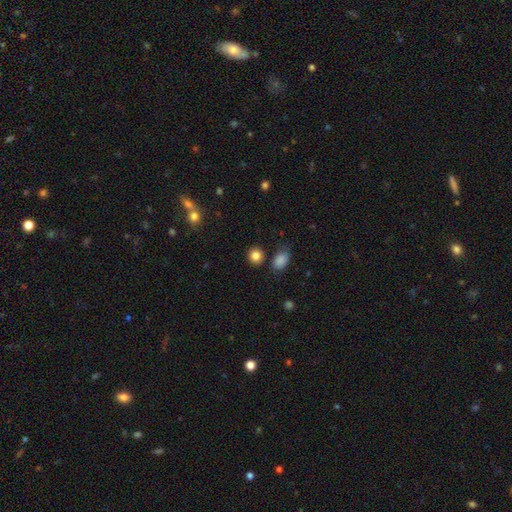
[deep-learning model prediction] This appears to be a smooth galaxy with no disk features (85%) that is round (83%). Merging: none (83%).